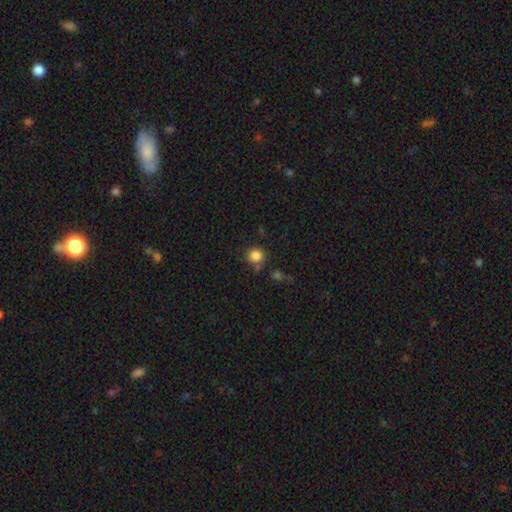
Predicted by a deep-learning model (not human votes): smooth_or_featured: smooth (p=0.84) [alt: star or artifact p=0.12]
how_rounded: round (p=0.89) [alt: in between p=0.10]
merging: none (p=0.74) [alt: minor disturbance p=0.12]